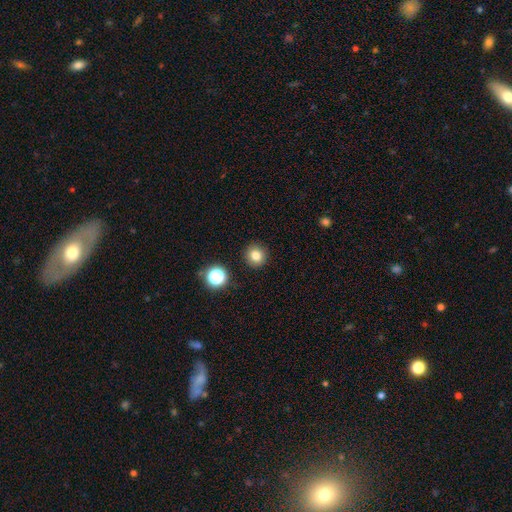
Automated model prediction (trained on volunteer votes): Smooth or featured?
  - smooth: 80% *
  - star or artifact: 14%
  - featured or disk: 7%
How rounded?
  - round: 93% *
  - in between: 6%
  - cigar-shaped: 1%
Merging?
  - none: 90% *
  - minor disturbance: 6%
  - major disturbance: 2%
  - merger: 2%